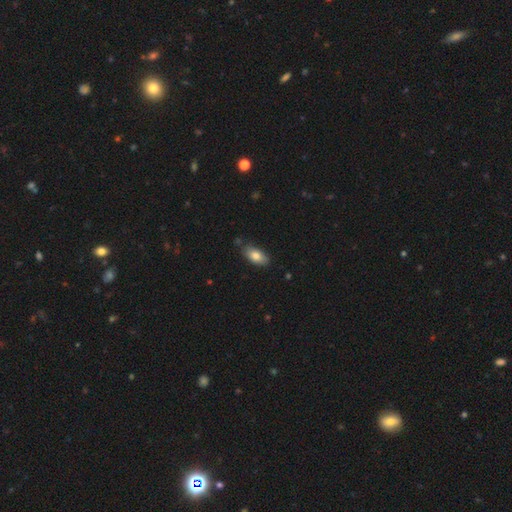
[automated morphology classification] smooth 81%, featured or disk 11%, star or artifact 7%. Down the decision tree: how rounded — in between (90%); merging — none (76%).